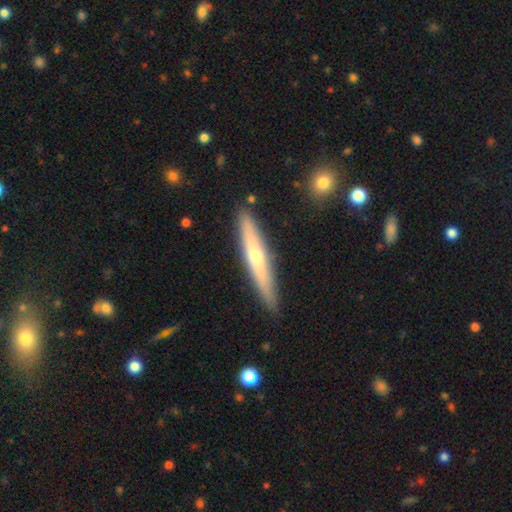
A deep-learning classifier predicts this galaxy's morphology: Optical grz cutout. It shows a featured or disk galaxy (56%) viewed edge-on (92%) with a rounded central bulge (77%). Merging: none (88%).